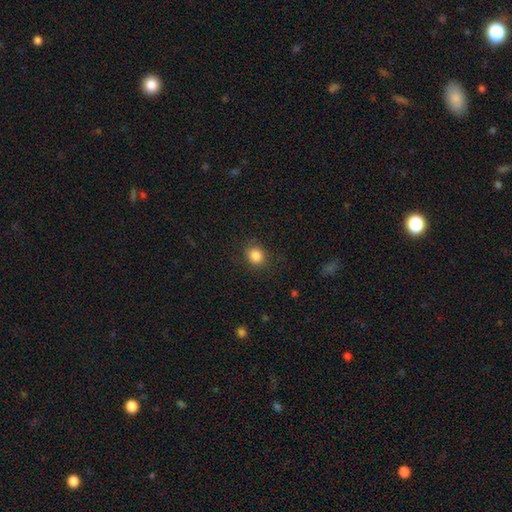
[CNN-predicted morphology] type=smooth (85%); roundness=round (71%); merging=none (85%).